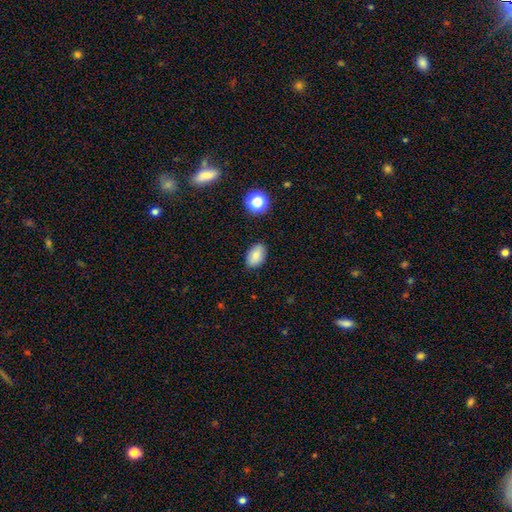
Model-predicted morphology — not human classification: A smooth galaxy with no disk features (79%) that is in between round and cigar-shaped (89%).

Vote fractions:
- Smooth or featured? smooth: 79% / featured or disk: 12% / star or artifact: 9%
- How rounded? in between: 89% / round: 9% / cigar-shaped: 2%
- Merging? none: 85% / minor disturbance: 11% / major disturbance: 2% / merger: 1%